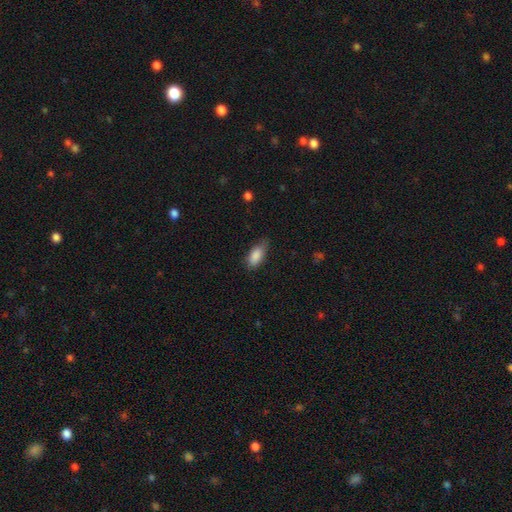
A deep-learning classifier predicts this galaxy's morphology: smooth_or_featured: smooth (p=0.87) [alt: star or artifact p=0.07]
how_rounded: in between (p=0.88) [alt: cigar-shaped p=0.09]
merging: none (p=0.67) [alt: minor disturbance p=0.26]